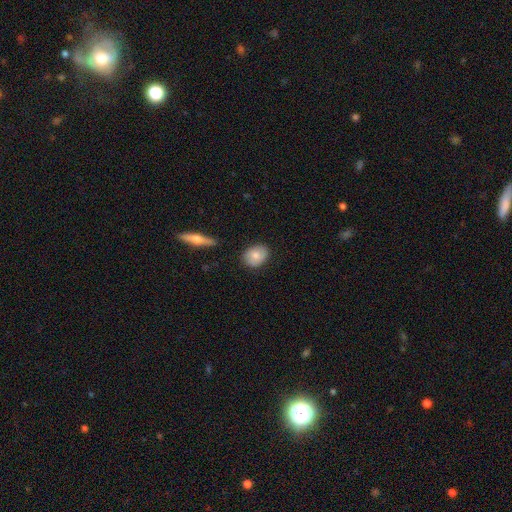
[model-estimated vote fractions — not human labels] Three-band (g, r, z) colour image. It shows a smooth galaxy with no disk features (78%) that is in between round and cigar-shaped (56%). Merging: none (83%).